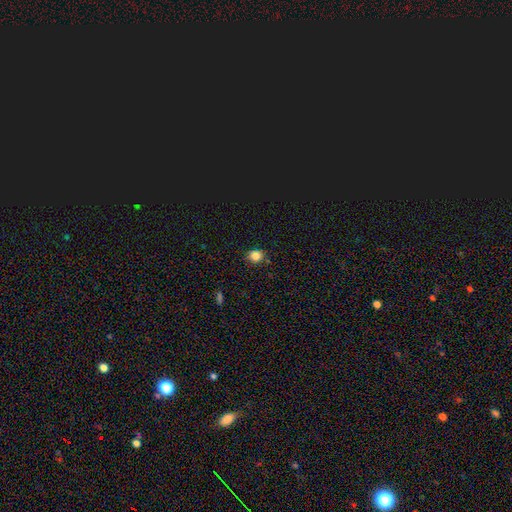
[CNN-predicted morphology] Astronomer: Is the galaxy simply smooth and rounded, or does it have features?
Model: smooth — 82%.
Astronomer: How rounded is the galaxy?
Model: round — 79%.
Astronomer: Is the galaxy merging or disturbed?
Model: none — 84%.